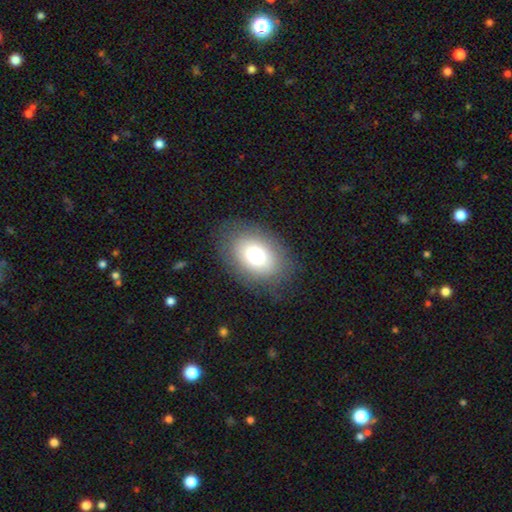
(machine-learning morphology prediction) Smooth or featured: smooth — 74% (featured or disk — 15%)
How rounded: in between — 77% (round — 22%)
Merging: none — 80% (minor disturbance — 13%)